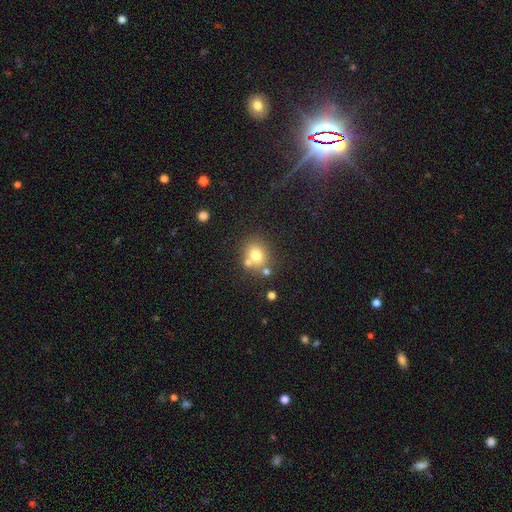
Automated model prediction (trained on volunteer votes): Smooth or featured?
  - smooth: 73% *
  - featured or disk: 14%
  - star or artifact: 13%
How rounded?
  - round: 70% *
  - in between: 29%
  - cigar-shaped: 1%
Merging?
  - none: 62% *
  - merger: 21%
  - minor disturbance: 12%
  - major disturbance: 4%